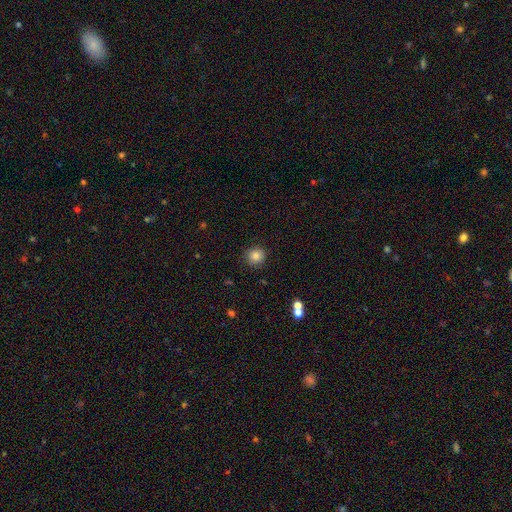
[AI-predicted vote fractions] A smooth galaxy with no disk features (83%) that is round (91%).

Vote fractions:
- Smooth or featured? smooth: 83% / star or artifact: 11% / featured or disk: 6%
- How rounded? round: 91% / in between: 8% / cigar-shaped: 1%
- Merging? none: 88% / minor disturbance: 8% / major disturbance: 2% / merger: 2%